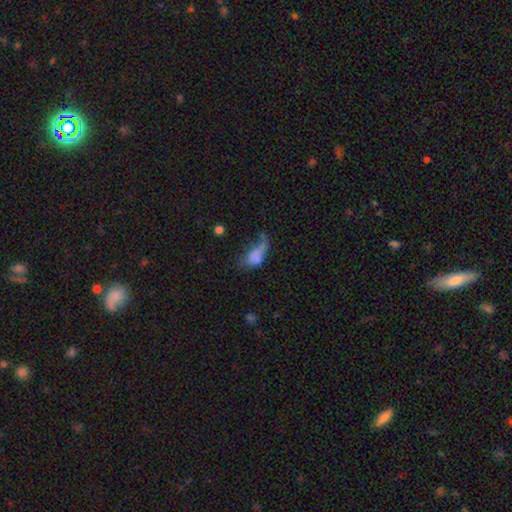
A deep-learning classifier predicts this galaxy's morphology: A smooth galaxy with no disk features (63%) that is in between round and cigar-shaped (83%).

Vote fractions:
- Smooth or featured? smooth: 63% / featured or disk: 24% / star or artifact: 13%
- How rounded? in between: 83% / cigar-shaped: 9% / round: 8%
- Merging? major disturbance: 44% / minor disturbance: 19% / none: 18% / merger: 18%